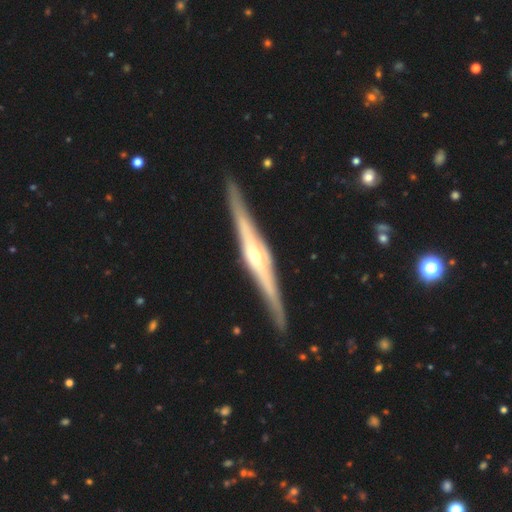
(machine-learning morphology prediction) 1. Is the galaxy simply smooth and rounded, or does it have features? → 87% featured or disk, 9% smooth, 4% star or artifact.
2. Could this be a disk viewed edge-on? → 98% yes, 2% no.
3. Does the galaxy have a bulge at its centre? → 61% rounded, 31% boxy, 8% none.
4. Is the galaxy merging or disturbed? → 90% none, 7% minor disturbance, 2% major disturbance, 1% merger.